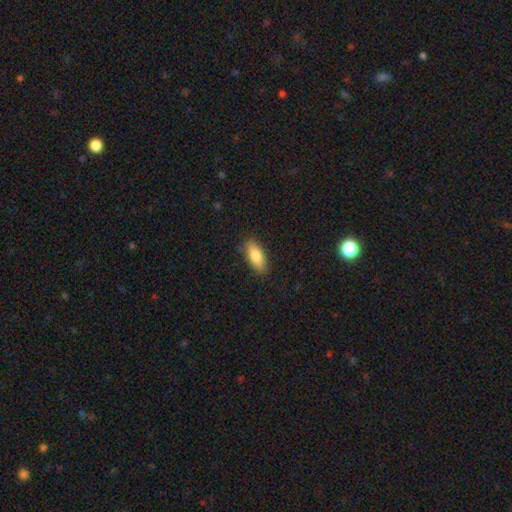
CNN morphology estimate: A smooth galaxy with no disk features (83%) that is in between round and cigar-shaped (80%).

Vote fractions:
- Smooth or featured? smooth: 83% / featured or disk: 11% / star or artifact: 6%
- How rounded? in between: 80% / cigar-shaped: 17% / round: 2%
- Merging? none: 85% / minor disturbance: 12% / major disturbance: 2% / merger: 1%